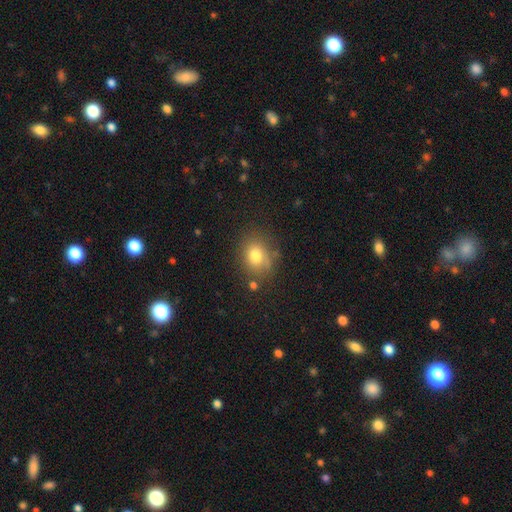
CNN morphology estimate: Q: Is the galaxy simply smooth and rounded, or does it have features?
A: smooth — 76%.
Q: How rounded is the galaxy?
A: in between — 56%.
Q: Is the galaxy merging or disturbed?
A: none — 70%.